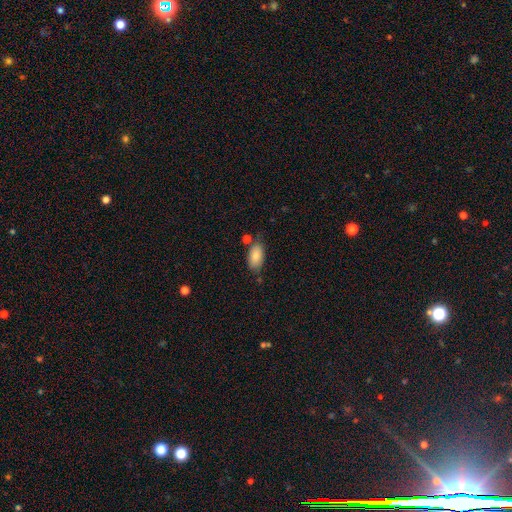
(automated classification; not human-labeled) Smooth or featured? smooth (85%)
How rounded? in between (94%)
Merging? none (71%)